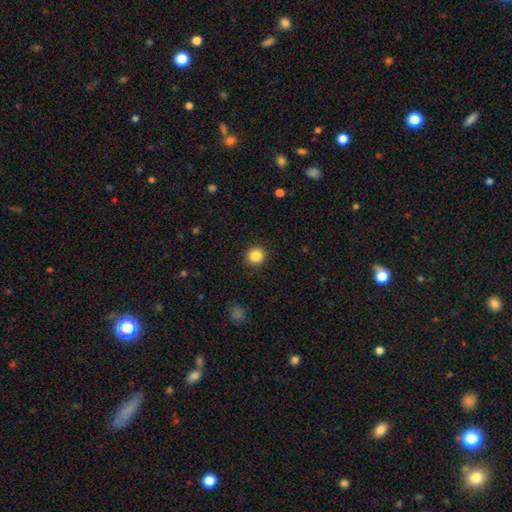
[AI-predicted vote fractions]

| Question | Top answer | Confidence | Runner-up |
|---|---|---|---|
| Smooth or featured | smooth | 86% | star or artifact (10%) |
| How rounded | round | 86% | in between (13%) |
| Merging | none | 90% | minor disturbance (7%) |